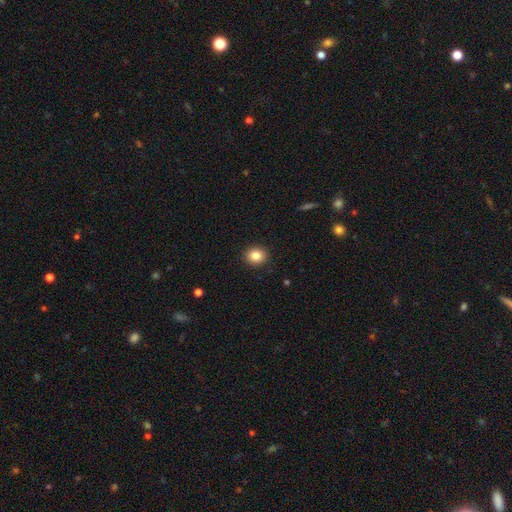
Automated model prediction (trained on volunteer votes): smooth 84%, star or artifact 10%, featured or disk 6%. Down the decision tree: how rounded — round (76%); merging — none (92%).